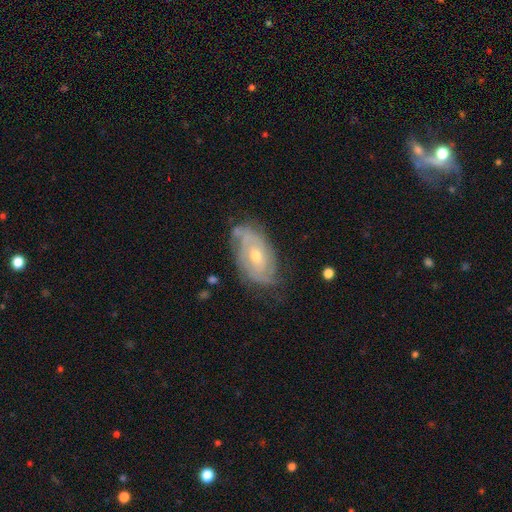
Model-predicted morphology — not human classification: Overall: featured or disk (75%). Edge-on disk: no (94%). Bar: no (71%). Spiral arms: yes (84%). Spiral arm count: can't tell (45%; 2 32%). Spiral winding: tight (66%). Bulge size: moderate (53%; small 44%). Merging: none (66%).